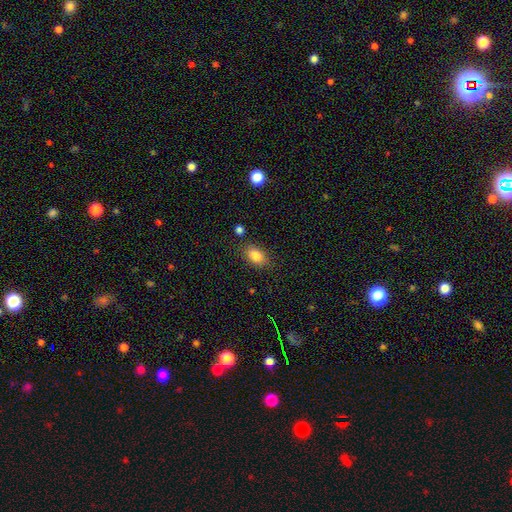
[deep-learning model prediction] A smooth galaxy with no disk features (84%) that is in between round and cigar-shaped (82%).

Vote fractions:
- Smooth or featured? smooth: 84% / star or artifact: 9% / featured or disk: 7%
- How rounded? in between: 82% / round: 16% / cigar-shaped: 2%
- Merging? none: 82% / minor disturbance: 12% / major disturbance: 3% / merger: 3%